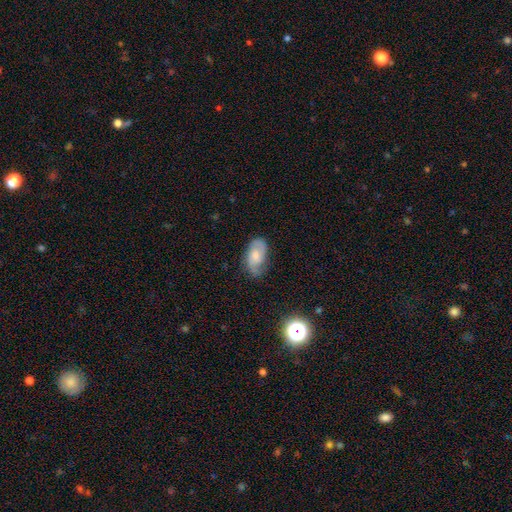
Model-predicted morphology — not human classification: Smooth or featured? Predicted: featured or disk (p=0.56). Edge-on disk? Predicted: no (p=0.95). Bar? Predicted: no (p=0.62). Spiral arms? Predicted: yes (p=0.86). Bulge size? Predicted: moderate (p=0.49). Merging? Predicted: none (p=0.67).